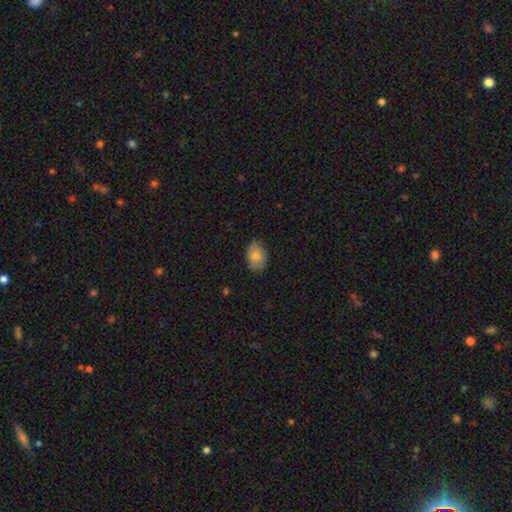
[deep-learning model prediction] A smooth galaxy with no disk features (80%) that is in between round and cigar-shaped (83%). Merging: none (72%).